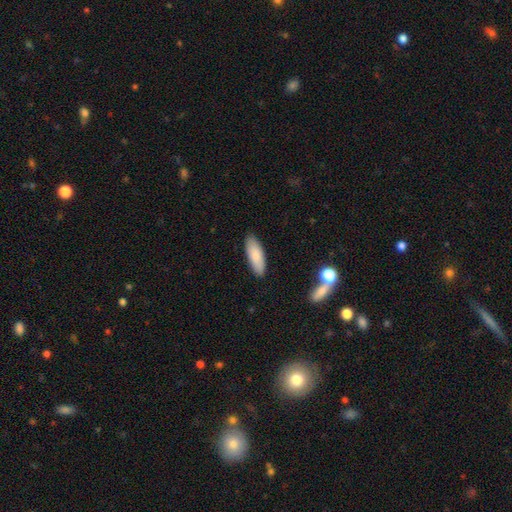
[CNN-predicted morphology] Smooth or featured?
  - smooth: 84% *
  - featured or disk: 10%
  - star or artifact: 6%
How rounded?
  - in between: 63% *
  - cigar-shaped: 35%
  - round: 2%
Merging?
  - none: 89% *
  - minor disturbance: 8%
  - major disturbance: 2%
  - merger: 1%